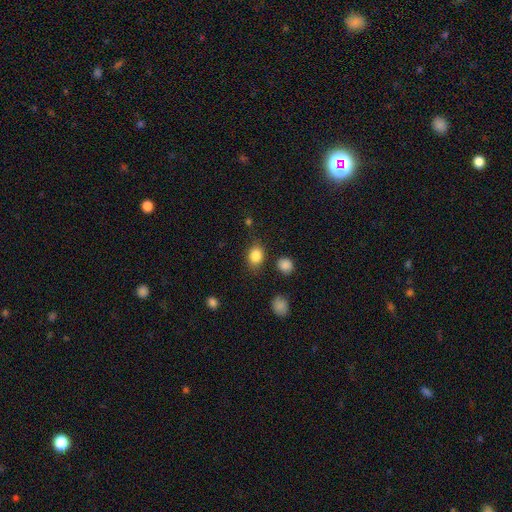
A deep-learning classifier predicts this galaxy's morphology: A smooth galaxy with no disk features (85%) that is in between round and cigar-shaped (57%). Merging: none (78%).